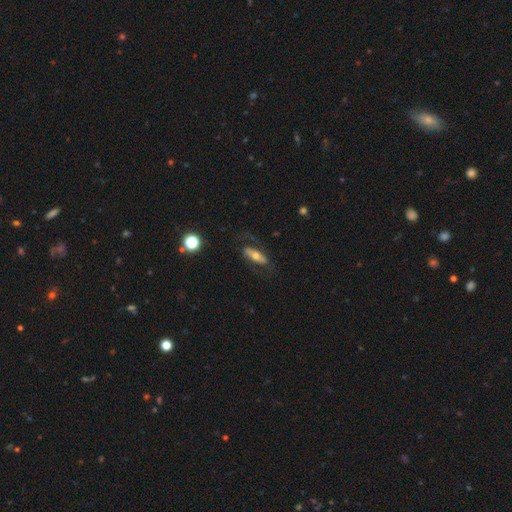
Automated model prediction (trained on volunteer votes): smooth-or-featured: featured or disk: 51% | smooth: 42% | star or artifact: 7%
  disk-edge-on: no: 66% | yes: 34%
  merging: none: 66% | minor disturbance: 18% | major disturbance: 15% | merger: 2%